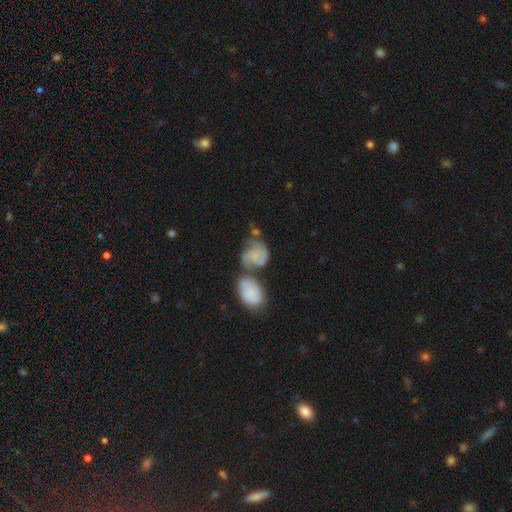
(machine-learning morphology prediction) smooth 49%, featured or disk 42%, star or artifact 9%. Down the decision tree: merging — merger (40%).